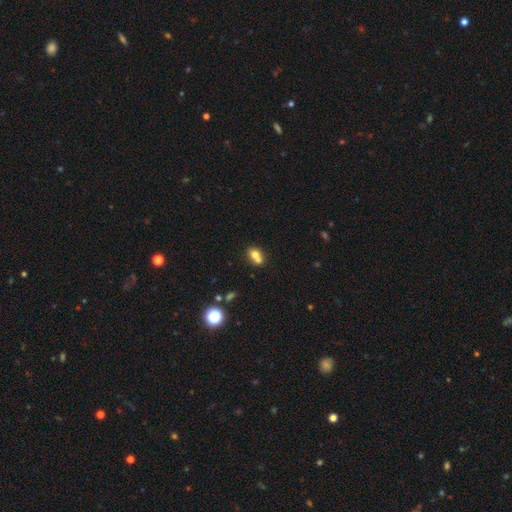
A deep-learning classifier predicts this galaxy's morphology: Q: Smooth or featured?
A: smooth (70%); runner-up: featured or disk (18%)
Q: How rounded?
A: in between (51%); runner-up: round (48%)
Q: Merging?
A: merger (55%); runner-up: none (32%)